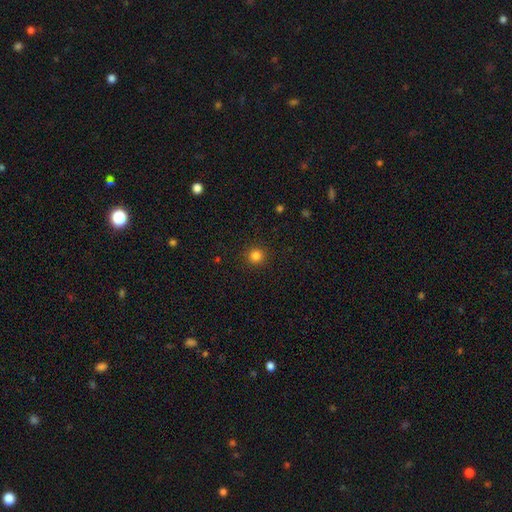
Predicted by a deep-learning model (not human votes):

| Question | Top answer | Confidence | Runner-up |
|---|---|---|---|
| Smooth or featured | smooth | 83% | star or artifact (13%) |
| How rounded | round | 94% | in between (5%) |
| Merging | none | 91% | minor disturbance (6%) |